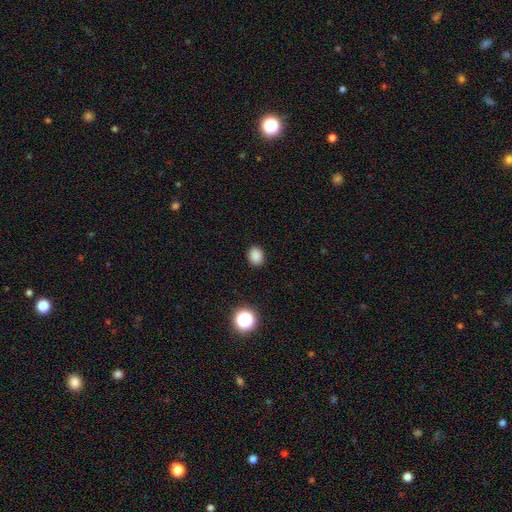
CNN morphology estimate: A smooth galaxy with no disk features (85%) that is in between round and cigar-shaped (51%).

Vote fractions:
- Smooth or featured? smooth: 85% / star or artifact: 11% / featured or disk: 3%
- How rounded? in between: 51% / round: 48% / cigar-shaped: 1%
- Merging? none: 90% / minor disturbance: 7% / major disturbance: 2% / merger: 1%